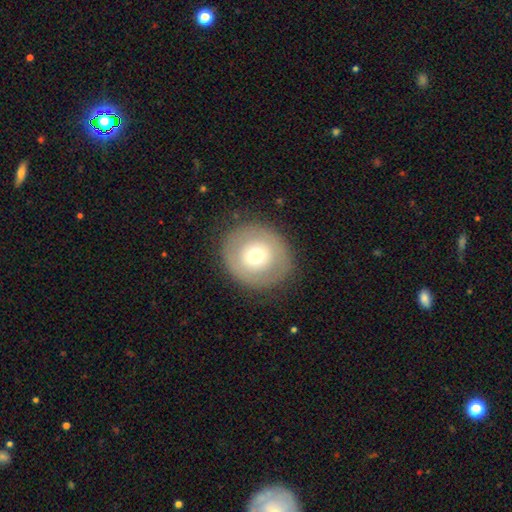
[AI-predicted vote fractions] Overall: smooth (58%; featured or disk 35%). How rounded: round (86%). Merging: none (86%).